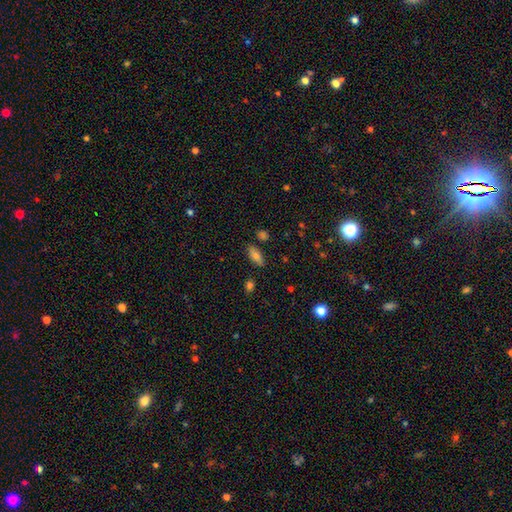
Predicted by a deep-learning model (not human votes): Q: Smooth or featured?
A: smooth (76%); runner-up: featured or disk (15%)
Q: How rounded?
A: in between (83%); runner-up: cigar-shaped (13%)
Q: Merging?
A: none (83%); runner-up: minor disturbance (12%)